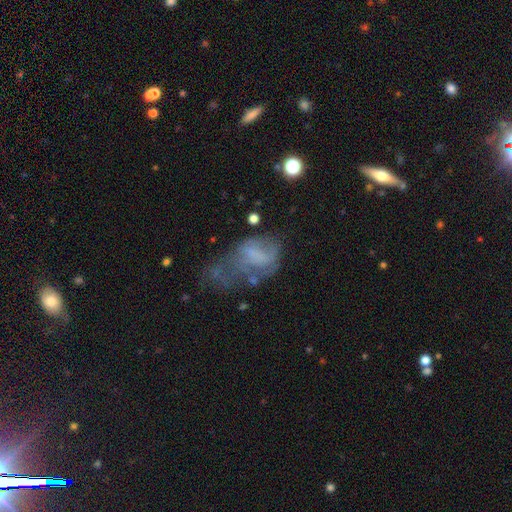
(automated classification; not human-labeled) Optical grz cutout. It shows a featured or disk galaxy (48%). Merging: major disturbance (48%).